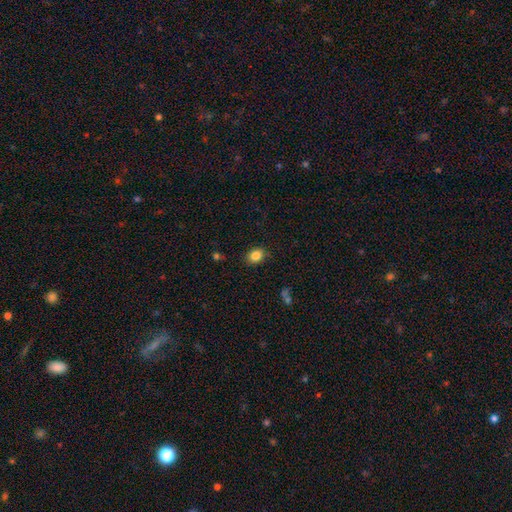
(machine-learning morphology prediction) smooth 85%, star or artifact 10%, featured or disk 5%. Down the decision tree: how rounded — in between (52%); merging — none (84%).